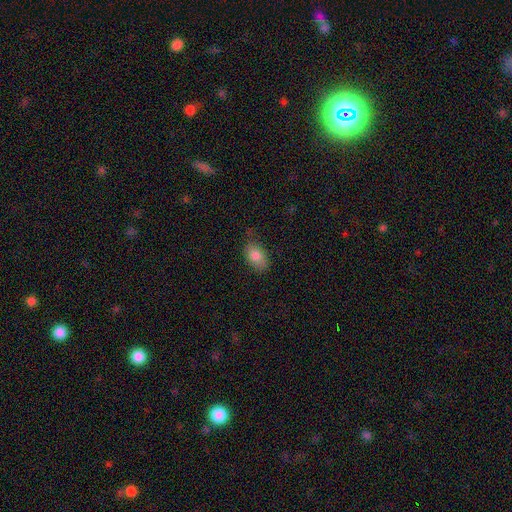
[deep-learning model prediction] Smooth or featured? smooth (82%)
How rounded? in between (88%)
Merging? none (69%)